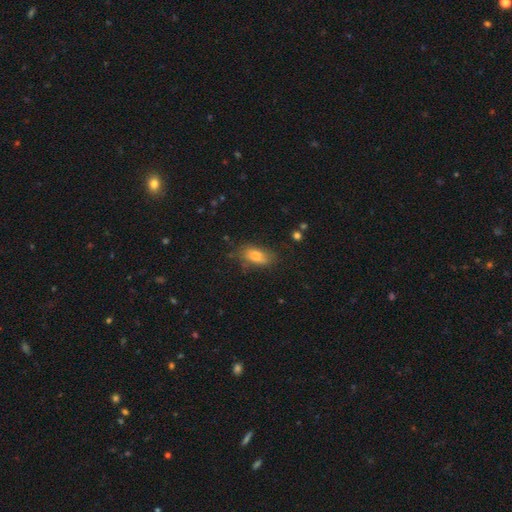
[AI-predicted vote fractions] smooth_or_featured: smooth (p=0.74) [alt: featured or disk p=0.15]
how_rounded: in between (p=0.85) [alt: cigar-shaped p=0.08]
merging: none (p=0.64) [alt: minor disturbance p=0.24]